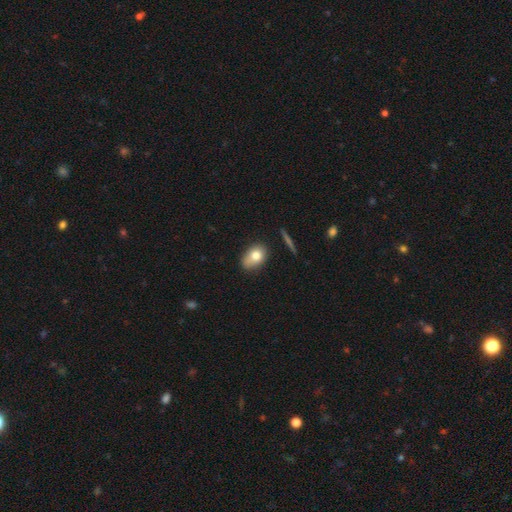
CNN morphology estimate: The model was most divided on "merging": none: 65%, minor disturbance: 25%, major disturbance: 6%, merger: 4%. More confident: how rounded — in between (78%); smooth or featured — smooth (76%).